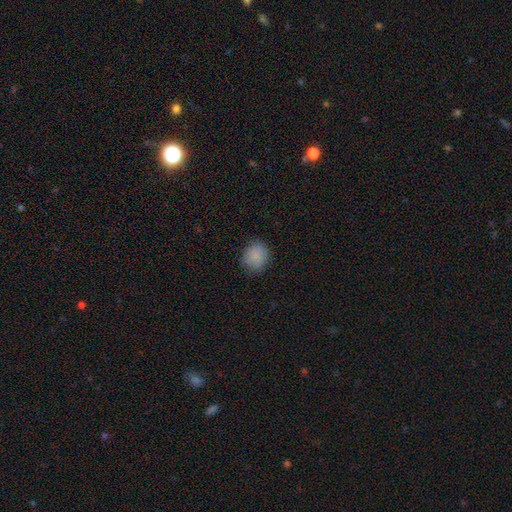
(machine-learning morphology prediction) A smooth galaxy with no disk features (87%) that is round (79%).

Vote fractions:
- Smooth or featured? smooth: 87% / star or artifact: 9% / featured or disk: 4%
- How rounded? round: 79% / in between: 20% / cigar-shaped: 1%
- Merging? none: 83% / minor disturbance: 13% / major disturbance: 3% / merger: 1%